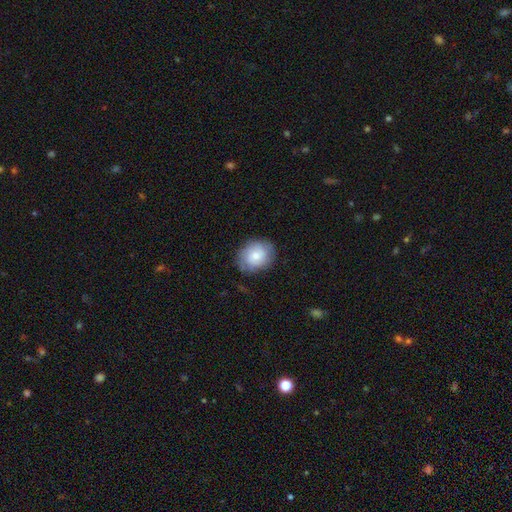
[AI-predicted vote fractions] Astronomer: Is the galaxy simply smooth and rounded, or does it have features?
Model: smooth — 63%.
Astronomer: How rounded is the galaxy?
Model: round — 59% (runner-up: in between, 40%).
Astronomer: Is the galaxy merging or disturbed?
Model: none — 72%.